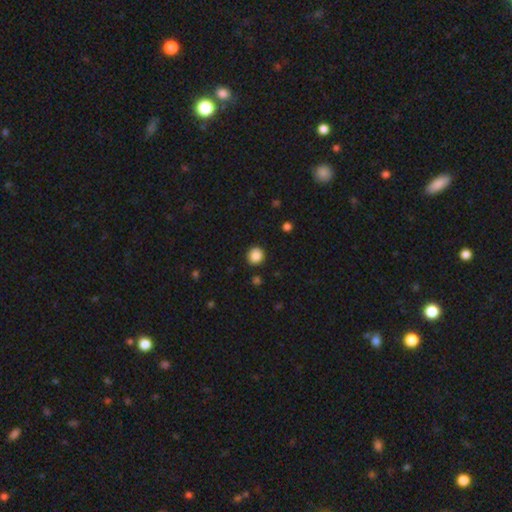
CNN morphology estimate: Q: Smooth or featured?
A: smooth (87%); runner-up: star or artifact (10%)
Q: How rounded?
A: round (90%); runner-up: in between (9%)
Q: Merging?
A: none (90%); runner-up: minor disturbance (7%)